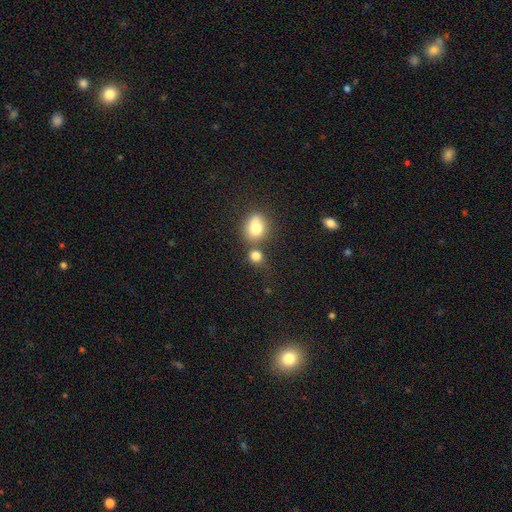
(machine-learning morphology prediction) This appears to be a smooth galaxy with no disk features (80%) that is round (75%). Merging: none (56%).